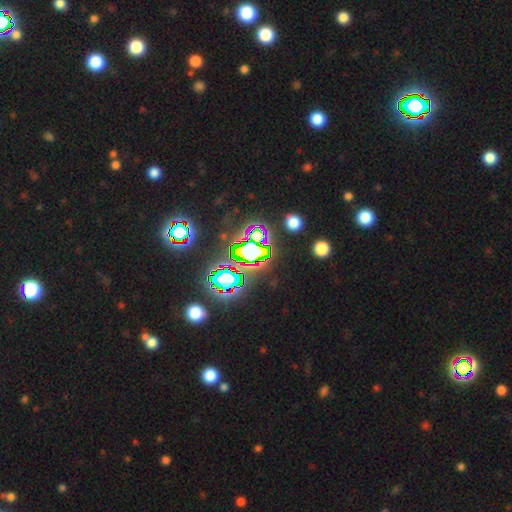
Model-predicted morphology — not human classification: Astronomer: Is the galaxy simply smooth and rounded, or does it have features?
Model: star or artifact — 79%.